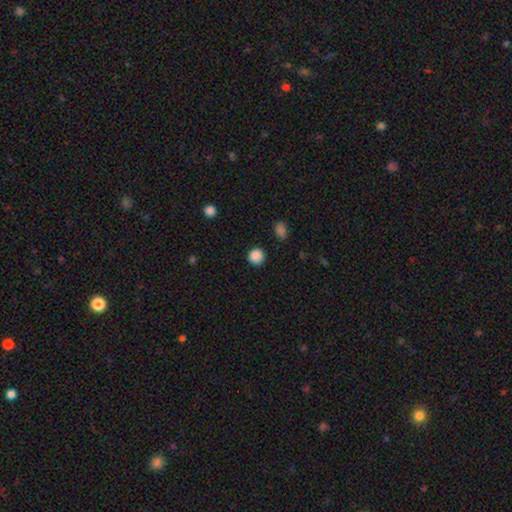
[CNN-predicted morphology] smooth_or_featured: smooth (p=0.87) [alt: star or artifact p=0.10]
how_rounded: round (p=0.93) [alt: in between p=0.06]
merging: none (p=0.90) [alt: minor disturbance p=0.06]